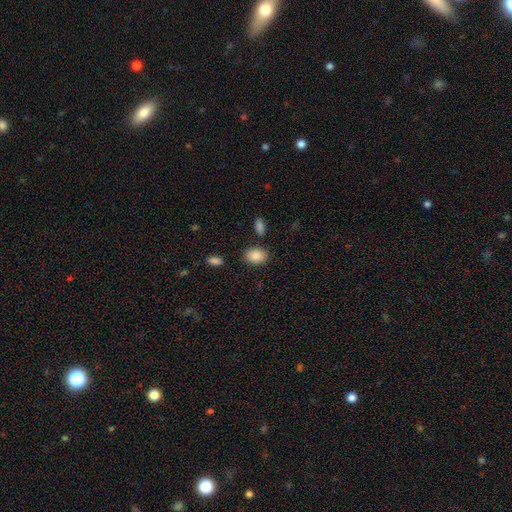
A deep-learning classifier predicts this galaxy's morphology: smooth_or_featured: smooth (p=0.87) [alt: star or artifact p=0.07]
how_rounded: in between (p=0.81) [alt: round p=0.18]
merging: none (p=0.83) [alt: minor disturbance p=0.10]